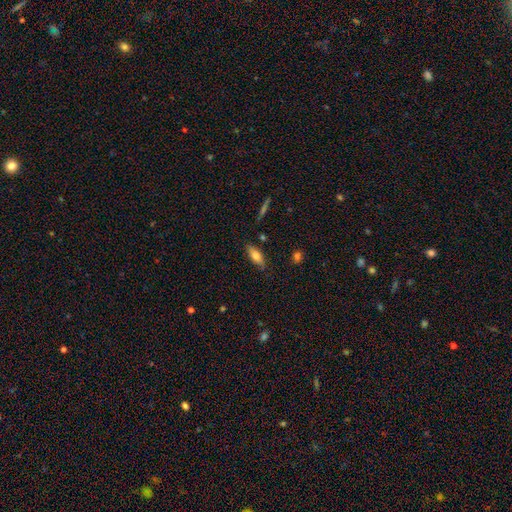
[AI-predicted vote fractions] A smooth galaxy with no disk features (74%) that is in between round and cigar-shaped (73%). Merging: none (79%).